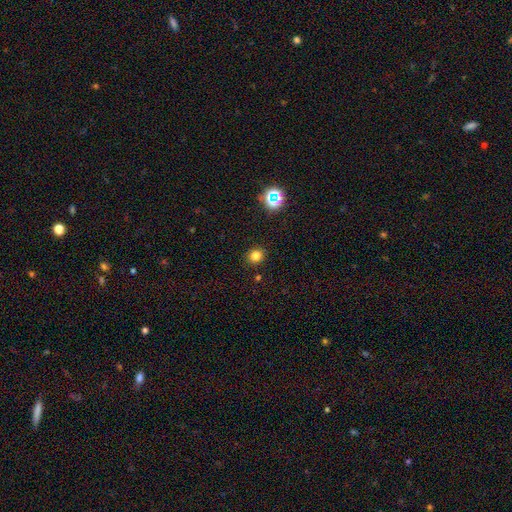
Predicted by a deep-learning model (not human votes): smooth_or_featured: smooth (p=0.78) [alt: star or artifact p=0.16]
how_rounded: round (p=0.79) [alt: in between p=0.20]
merging: none (p=0.89) [alt: minor disturbance p=0.07]